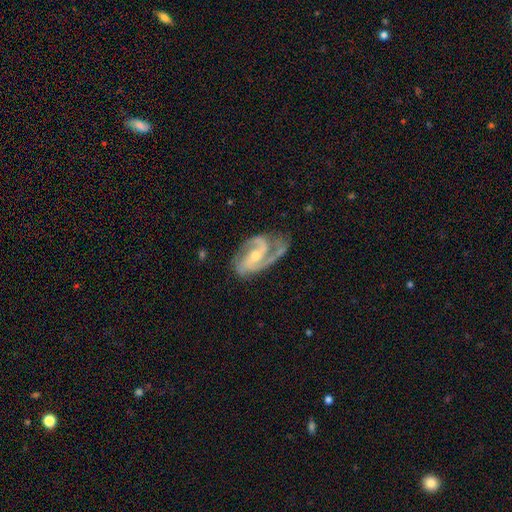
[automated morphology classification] This appears to be a featured or disk galaxy (91%) with a weak bar (40%), 2 (78%) medium (56%) spiral arms (98%) and a moderate central bulge (48%, tied with small). Merging: none (60%).